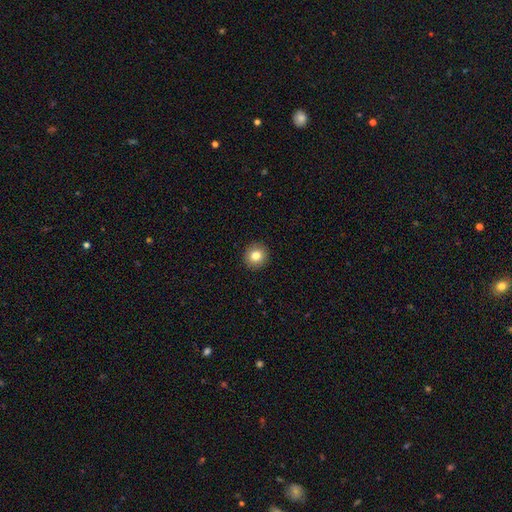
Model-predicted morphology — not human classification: Smooth or featured?
  - smooth: 82% *
  - star or artifact: 10%
  - featured or disk: 8%
How rounded?
  - round: 93% *
  - in between: 6%
  - cigar-shaped: 1%
Merging?
  - none: 93% *
  - minor disturbance: 4%
  - major disturbance: 2%
  - merger: 1%